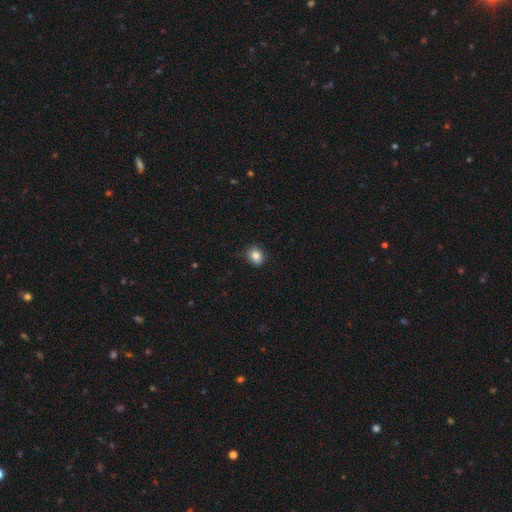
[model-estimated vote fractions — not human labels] A smooth galaxy with no disk features (84%) that is round (69%).

Vote fractions:
- Smooth or featured? smooth: 84% / star or artifact: 10% / featured or disk: 6%
- How rounded? round: 69% / in between: 30% / cigar-shaped: 1%
- Merging? none: 82% / minor disturbance: 14% / major disturbance: 3% / merger: 1%